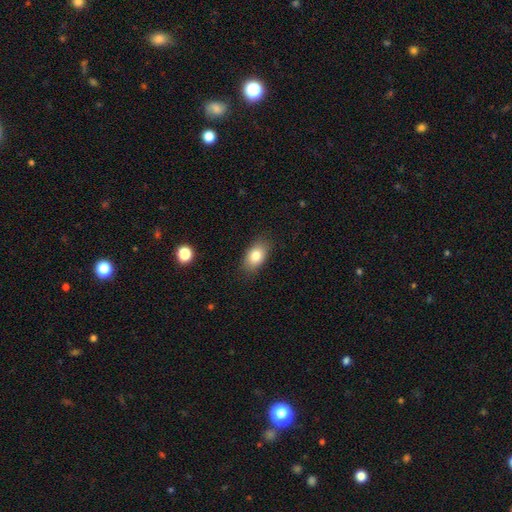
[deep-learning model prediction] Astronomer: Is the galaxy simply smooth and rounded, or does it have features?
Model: smooth — 81%.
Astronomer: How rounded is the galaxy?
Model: in between — 87%.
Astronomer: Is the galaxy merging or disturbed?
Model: none — 84%.